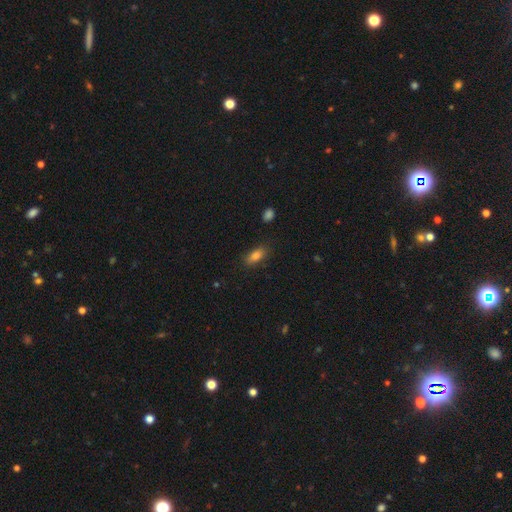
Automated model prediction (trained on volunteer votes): smooth 83%, star or artifact 9%, featured or disk 8%. Down the decision tree: how rounded — in between (83%); merging — none (82%).